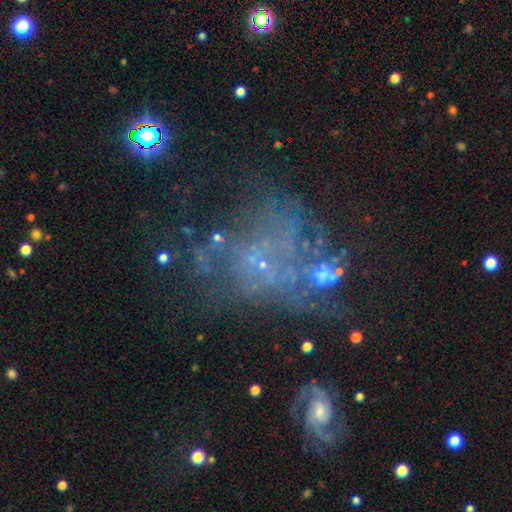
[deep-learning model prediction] smooth-or-featured: featured or disk: 55% | star or artifact: 28% | smooth: 17%
  disk-edge-on: no: 97% | yes: 3%
    bar: no: 81% | weak: 15% | strong: 5%
    has-spiral-arms: no: 67% | yes: 33%
    bulge-size: none: 53% | small: 36% | moderate: 8% | large: 2% | dominant: 1%
  merging: none: 34% | major disturbance: 33% | merger: 18% | minor disturbance: 15%